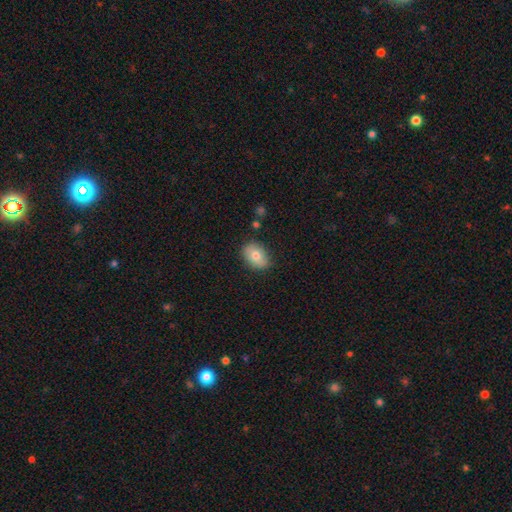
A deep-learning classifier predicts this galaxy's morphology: Smooth or featured?
  - smooth: 76% *
  - featured or disk: 17%
  - star or artifact: 8%
How rounded?
  - in between: 78% *
  - round: 21%
  - cigar-shaped: 1%
Merging?
  - none: 83% *
  - minor disturbance: 12%
  - major disturbance: 2%
  - merger: 2%